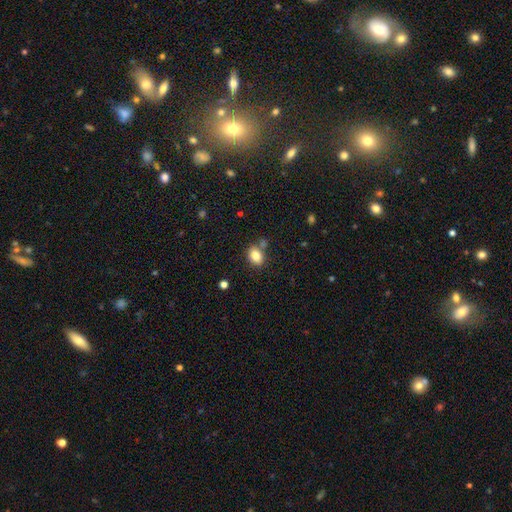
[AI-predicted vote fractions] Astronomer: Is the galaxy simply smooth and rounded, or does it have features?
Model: smooth — 84%.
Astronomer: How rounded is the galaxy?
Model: in between — 73%.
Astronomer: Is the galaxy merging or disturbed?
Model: none — 69%.